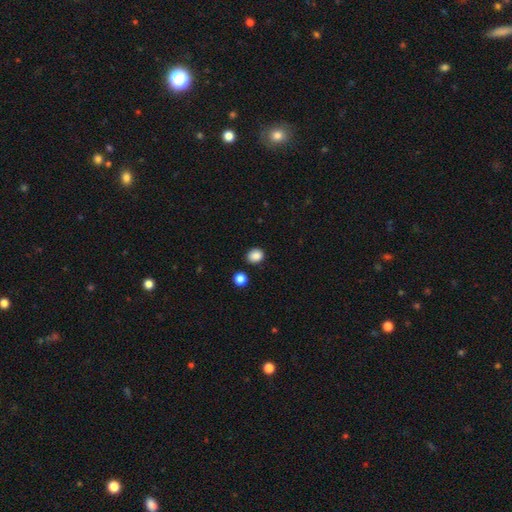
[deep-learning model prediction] smooth_or_featured: smooth (p=0.87) [alt: star or artifact p=0.10]
how_rounded: round (p=0.62) [alt: in between p=0.37]
merging: none (p=0.86) [alt: minor disturbance p=0.08]